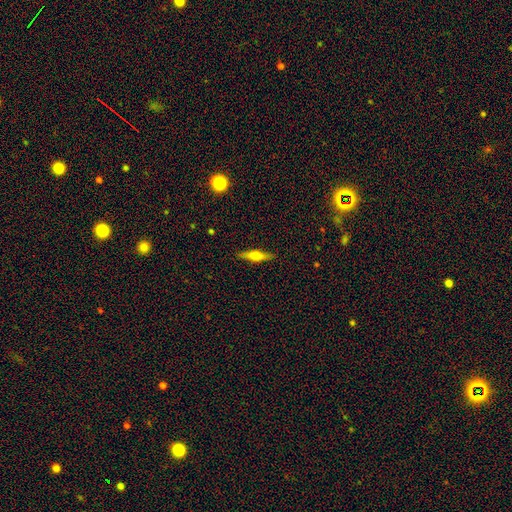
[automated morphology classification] A featured or disk galaxy (54%) viewed edge-on (95%) with a rounded central bulge (91%). Merging: none (89%).